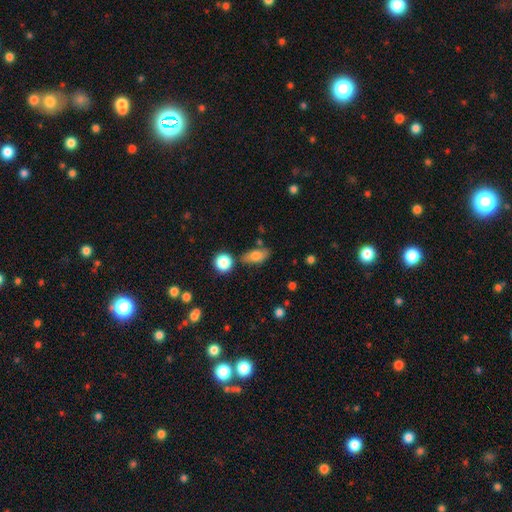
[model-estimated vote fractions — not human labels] Smooth or featured? Predicted: smooth (p=0.77). How rounded? Predicted: in between (p=0.82). Merging? Predicted: none (p=0.72).